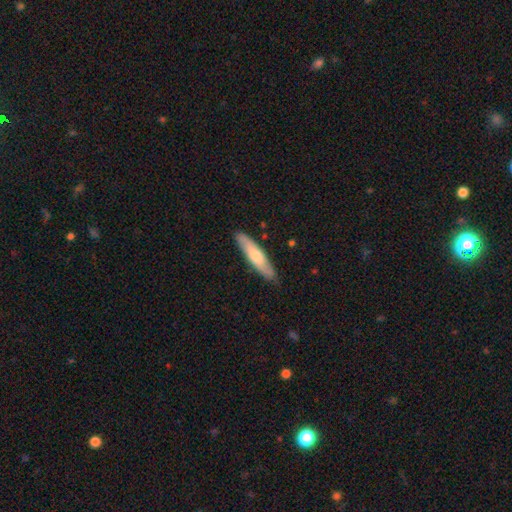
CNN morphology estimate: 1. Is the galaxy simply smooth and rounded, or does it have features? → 60% smooth, 35% featured or disk, 5% star or artifact.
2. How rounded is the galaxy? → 78% cigar-shaped, 21% in between, 2% round.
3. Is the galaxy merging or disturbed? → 86% none, 11% minor disturbance, 2% major disturbance, 1% merger.